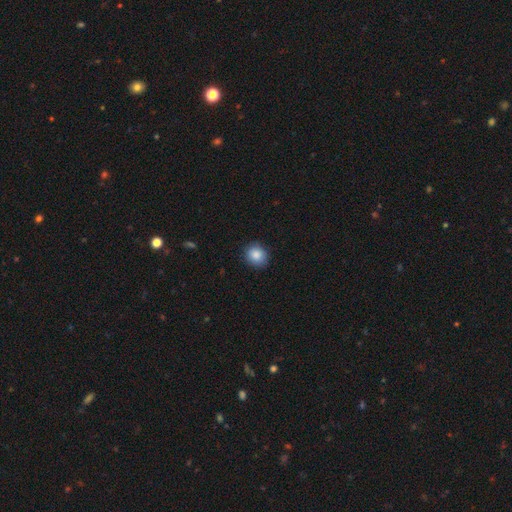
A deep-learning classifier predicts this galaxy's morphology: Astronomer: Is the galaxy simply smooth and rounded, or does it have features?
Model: smooth — 87%.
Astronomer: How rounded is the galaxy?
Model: round — 78%.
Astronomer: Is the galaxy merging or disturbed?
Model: none — 86%.